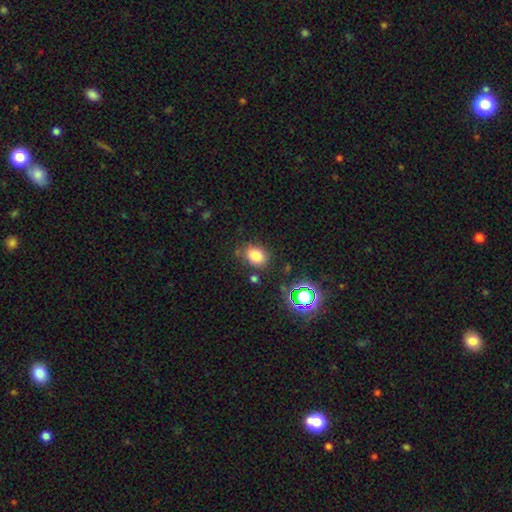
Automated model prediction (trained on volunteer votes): The model was most divided on "how rounded": in between: 59%, round: 40%, cigar-shaped: 1%. More confident: smooth or featured — smooth (78%); merging — none (77%).